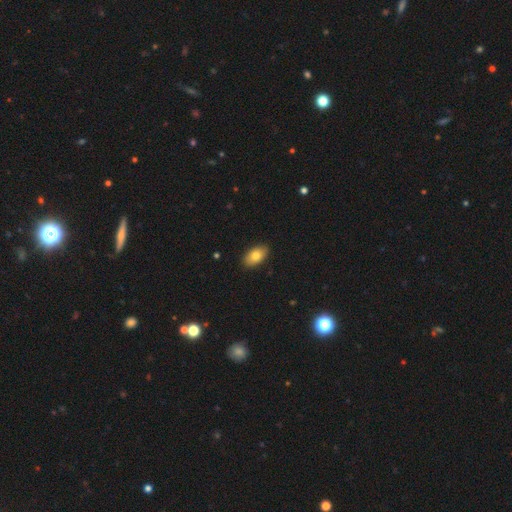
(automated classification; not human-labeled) Smooth or featured? smooth (80%)
How rounded? in between (93%)
Merging? none (88%)